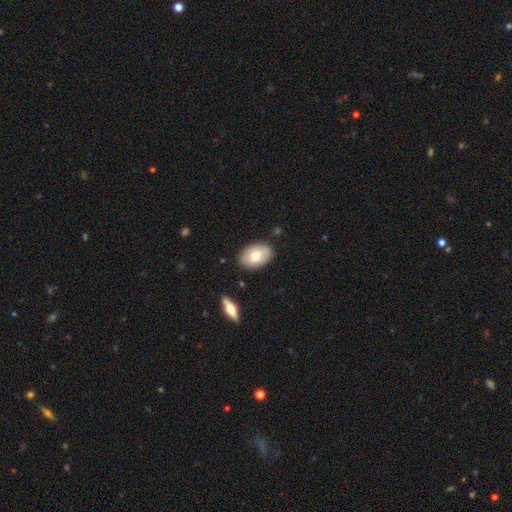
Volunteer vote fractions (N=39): This is likely a smooth galaxy (67%). How rounded: clearly in between (88%). Merging: clearly none (84%).